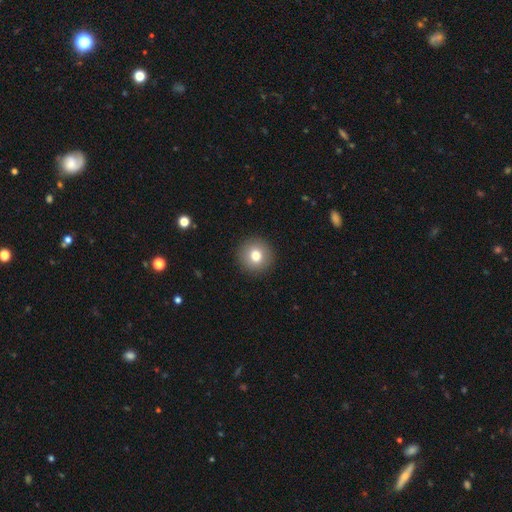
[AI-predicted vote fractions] This appears to be a smooth galaxy with no disk features (79%) that is round (94%). Merging: none (92%).